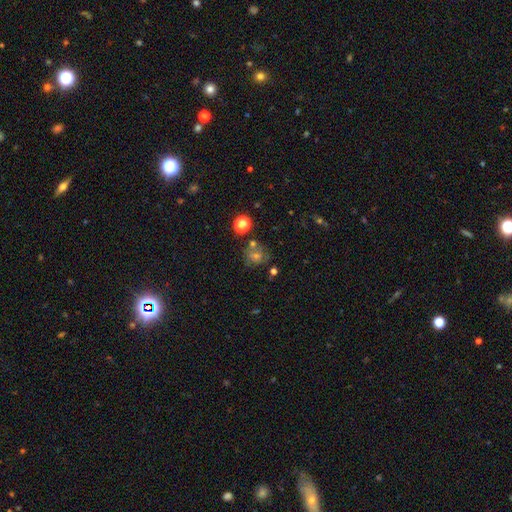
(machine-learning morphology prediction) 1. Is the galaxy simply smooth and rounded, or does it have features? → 40% smooth, 38% star or artifact, 22% featured or disk.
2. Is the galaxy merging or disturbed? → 66% none, 14% minor disturbance, 12% merger, 7% major disturbance.